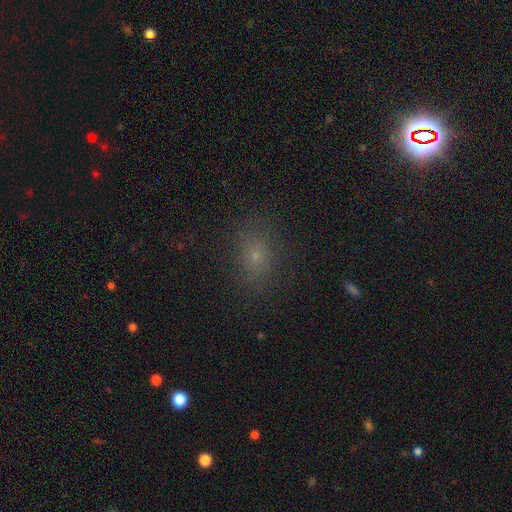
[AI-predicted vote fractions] Smooth or featured? Predicted: smooth (p=0.66). How rounded? Predicted: in between (p=0.65). Merging? Predicted: none (p=0.81).